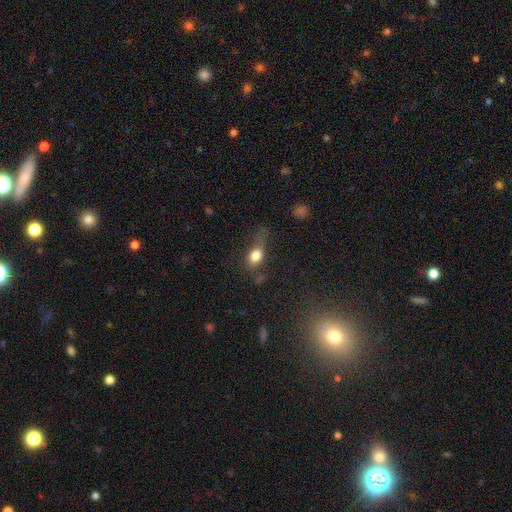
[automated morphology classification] This is likely a smooth galaxy (77%). How rounded: likely in between (72%). Merging: marginally none (37%).